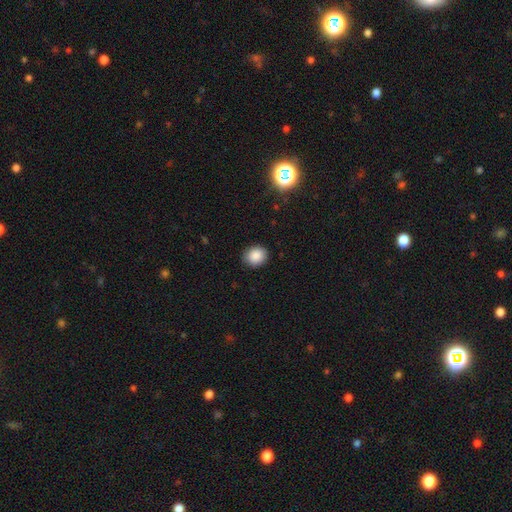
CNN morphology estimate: Smooth or featured? Predicted: smooth (p=0.87). How rounded? Predicted: round (p=0.70). Merging? Predicted: none (p=0.88).